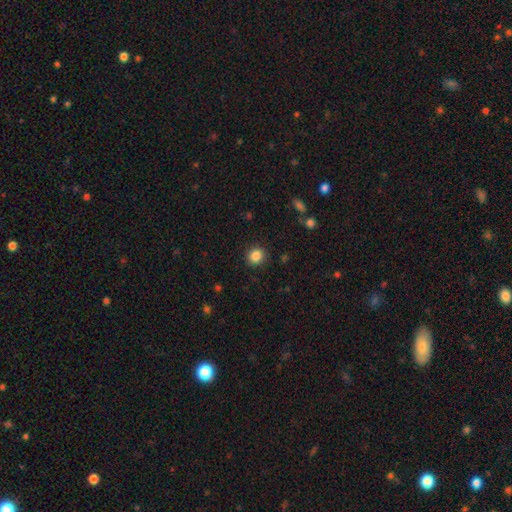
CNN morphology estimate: Overall: smooth (86%). How rounded: round (83%). Merging: none (90%).